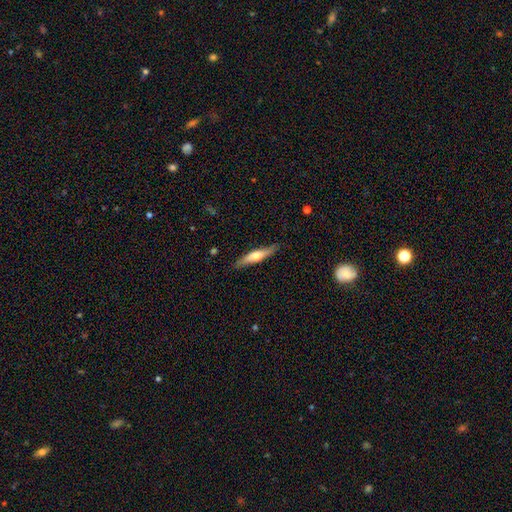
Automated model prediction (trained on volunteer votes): Smooth or featured: smooth — 50% (featured or disk — 45%)
Merging: none — 85% (minor disturbance — 12%)